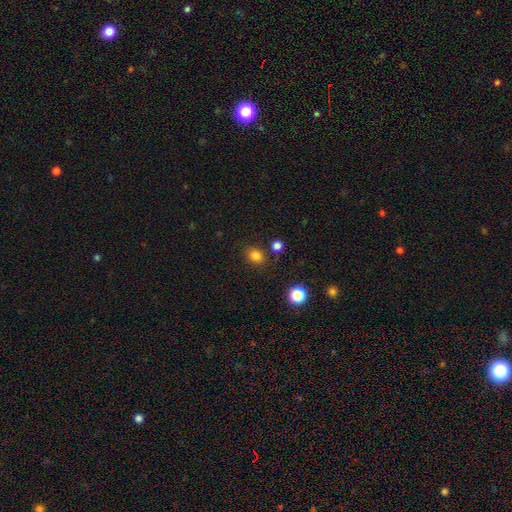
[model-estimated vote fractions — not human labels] smooth-or-featured: smooth: 81% | star or artifact: 14% | featured or disk: 5%
  how-rounded: round: 57% | in between: 42% | cigar-shaped: 1%
  merging: none: 80% | minor disturbance: 11% | merger: 6% | major disturbance: 3%